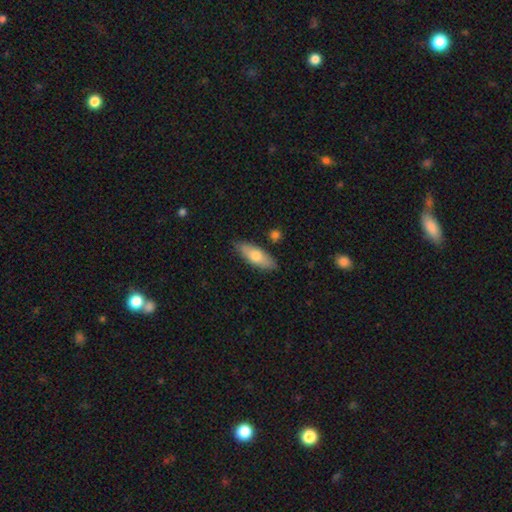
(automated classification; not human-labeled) Smooth or featured? Predicted: smooth (p=0.70). How rounded? Predicted: in between (p=0.68). Merging? Predicted: none (p=0.82).